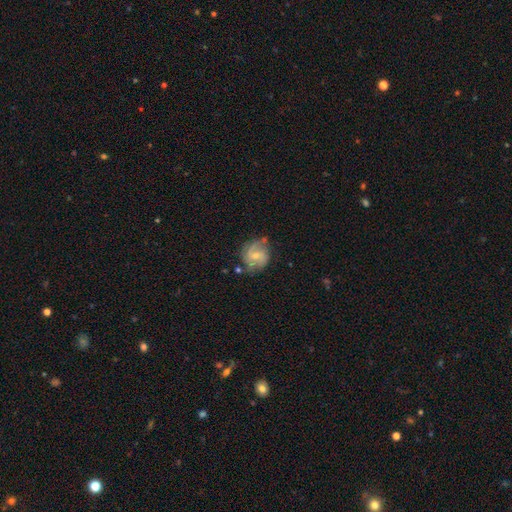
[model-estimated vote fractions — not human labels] Overall: featured or disk (66%). Edge-on disk: no (98%). Bar: no (47%; weak 45%). Spiral arms: yes (90%). Spiral arm count: 2 (60%). Spiral winding: medium (47%; tight 29%). Bulge size: small (61%; moderate 31%). Merging: none (62%; minor disturbance 24%).